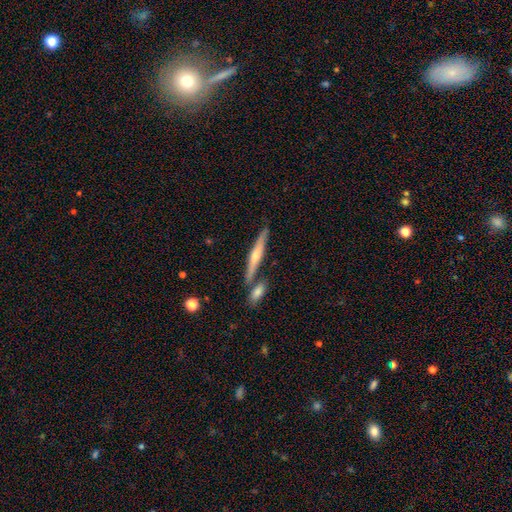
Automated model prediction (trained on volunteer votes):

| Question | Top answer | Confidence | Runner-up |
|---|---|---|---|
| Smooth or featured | featured or disk | 57% | smooth (37%) |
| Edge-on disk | yes | 95% | no (5%) |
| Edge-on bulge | rounded | 71% | none (19%) |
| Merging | none | 72% | merger (16%) |